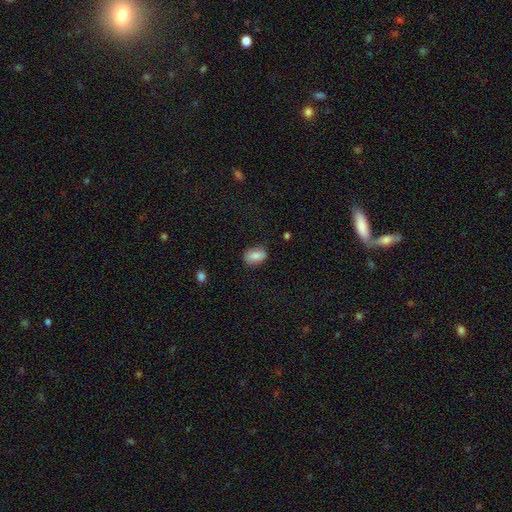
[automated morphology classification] A smooth galaxy with no disk features (79%) that is in between round and cigar-shaped (83%). Merging: none (78%).